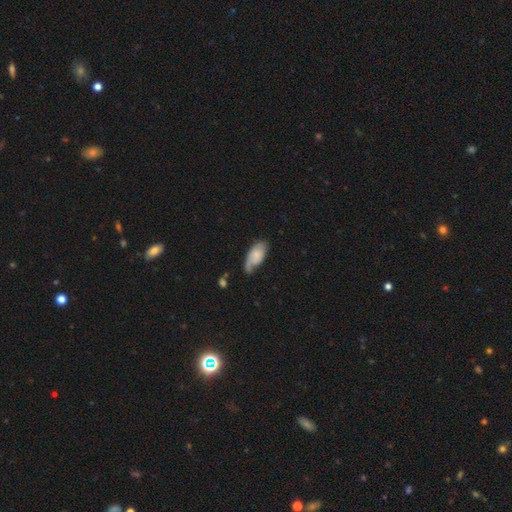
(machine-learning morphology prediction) smooth-or-featured: smooth: 53% | featured or disk: 40% | star or artifact: 7%
  how-rounded: in between: 91% | cigar-shaped: 6% | round: 3%
  merging: none: 46% | minor disturbance: 34% | major disturbance: 16% | merger: 4%